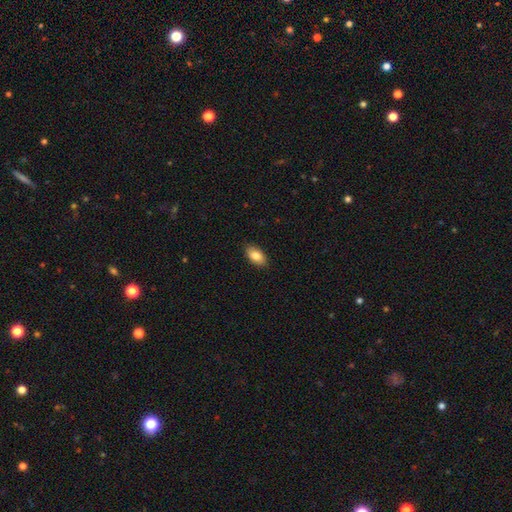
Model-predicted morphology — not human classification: The model was most divided on "smooth or featured": smooth: 85%, featured or disk: 8%, star or artifact: 7%. More confident: how rounded — in between (93%); merging — none (89%).